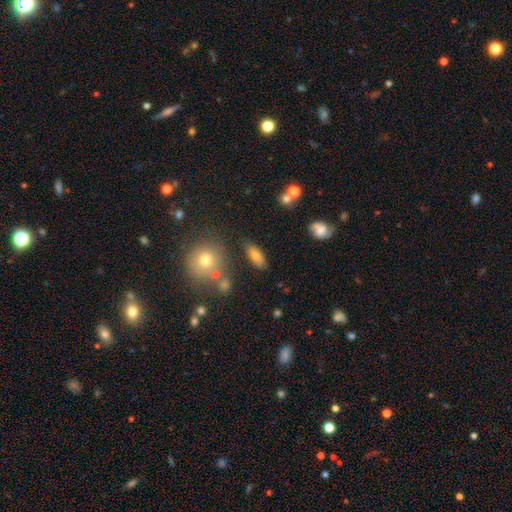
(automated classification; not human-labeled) A smooth galaxy with no disk features (74%) that is in between round and cigar-shaped (80%).

Vote fractions:
- Smooth or featured? smooth: 74% / featured or disk: 15% / star or artifact: 11%
- How rounded? in between: 80% / cigar-shaped: 14% / round: 6%
- Merging? none: 79% / minor disturbance: 13% / merger: 5% / major disturbance: 4%